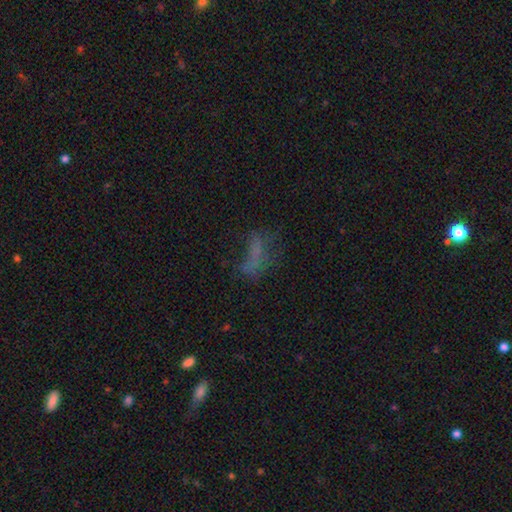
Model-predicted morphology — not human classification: Smooth or featured? smooth (47%)
Merging? none (39%)